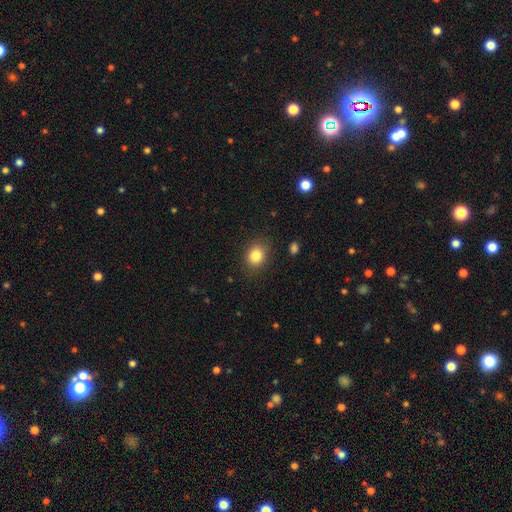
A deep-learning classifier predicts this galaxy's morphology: Smooth or featured? Predicted: smooth (p=0.83). How rounded? Predicted: round (p=0.55). Merging? Predicted: none (p=0.85).